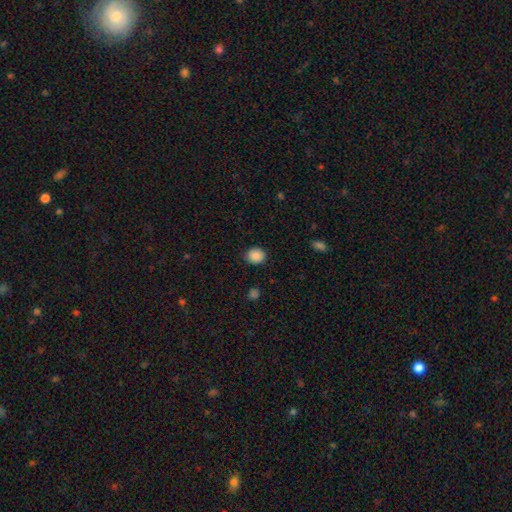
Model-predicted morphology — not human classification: This is clearly a smooth galaxy (88%). How rounded: likely round (66%). Merging: clearly none (85%).